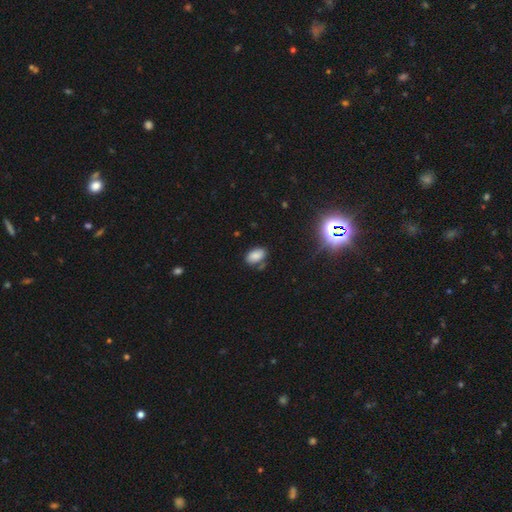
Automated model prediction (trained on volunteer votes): A smooth galaxy with no disk features (82%) that is in between round and cigar-shaped (92%). Merging: none (69%).